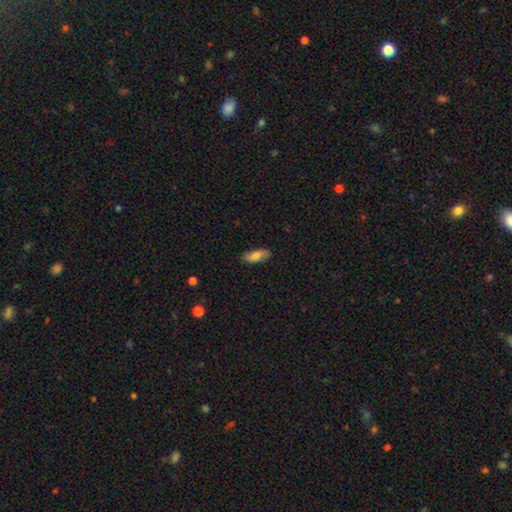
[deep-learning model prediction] Smooth or featured: smooth — 74% (featured or disk — 19%)
How rounded: in between — 77% (cigar-shaped — 21%)
Merging: none — 83% (minor disturbance — 13%)